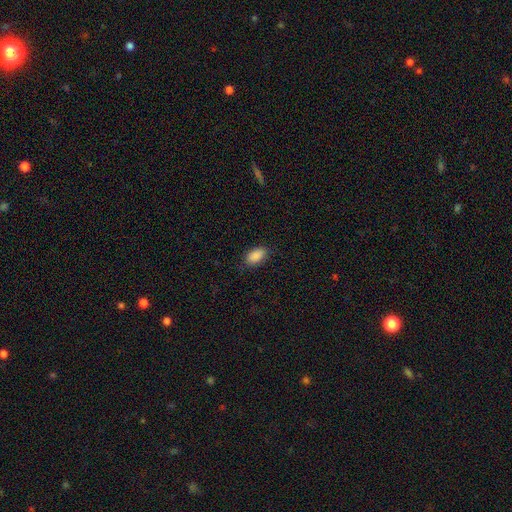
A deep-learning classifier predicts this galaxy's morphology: A smooth galaxy with no disk features (89%) that is in between round and cigar-shaped (94%). Merging: none (86%).